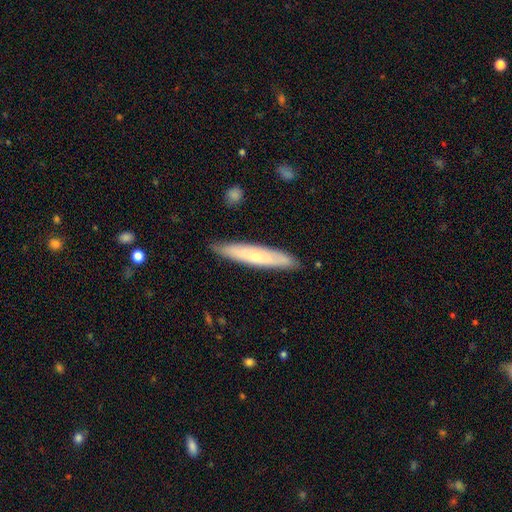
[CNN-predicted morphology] The model was most divided on "smooth or featured": smooth: 52%, featured or disk: 43%, star or artifact: 6%. More confident: how rounded — cigar-shaped (90%); merging — none (87%).